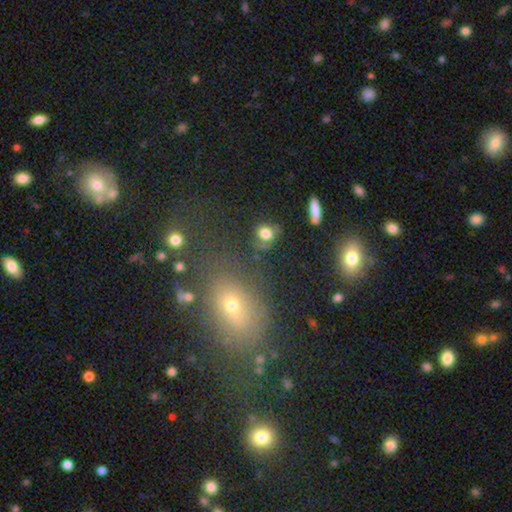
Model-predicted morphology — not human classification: type=smooth (56%); roundness=in between (73%); merging=none (73%).